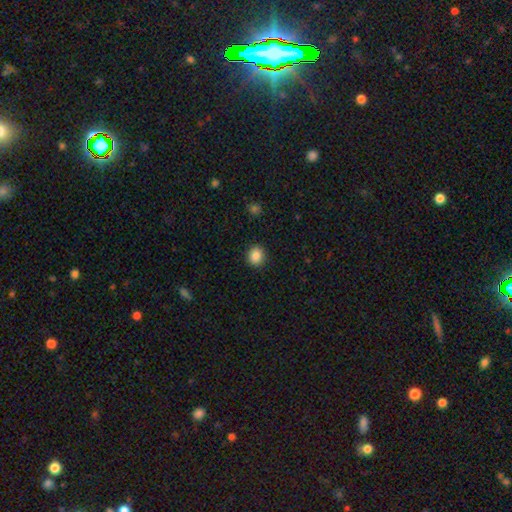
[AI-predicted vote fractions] The model was most divided on "how rounded": round: 75%, in between: 24%, cigar-shaped: 1%. More confident: merging — none (91%); smooth or featured — smooth (87%).